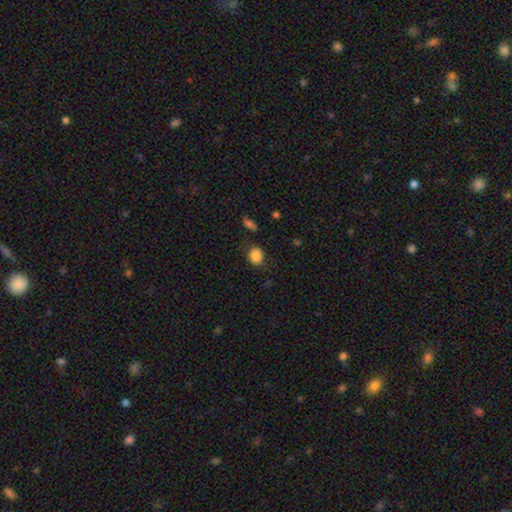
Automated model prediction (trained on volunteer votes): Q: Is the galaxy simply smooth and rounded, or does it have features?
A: smooth — 86%.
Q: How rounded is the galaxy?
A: round — 66%.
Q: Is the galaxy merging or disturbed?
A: none — 76%.